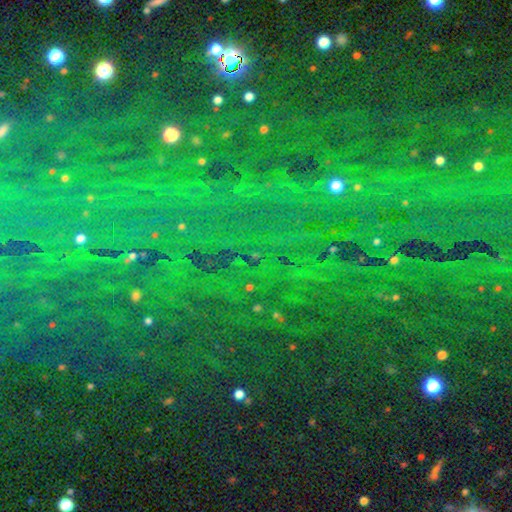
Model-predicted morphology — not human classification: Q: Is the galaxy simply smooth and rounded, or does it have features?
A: star or artifact — 84%.